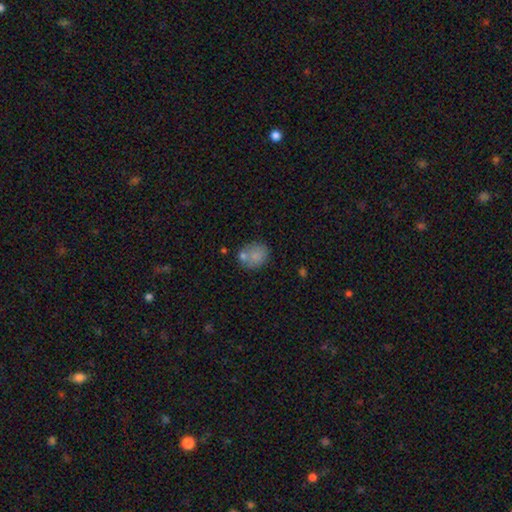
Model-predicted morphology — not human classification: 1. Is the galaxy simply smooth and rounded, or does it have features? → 77% smooth, 14% featured or disk, 10% star or artifact.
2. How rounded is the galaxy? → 70% round, 29% in between, 1% cigar-shaped.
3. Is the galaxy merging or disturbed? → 61% none, 17% merger, 16% minor disturbance, 6% major disturbance.